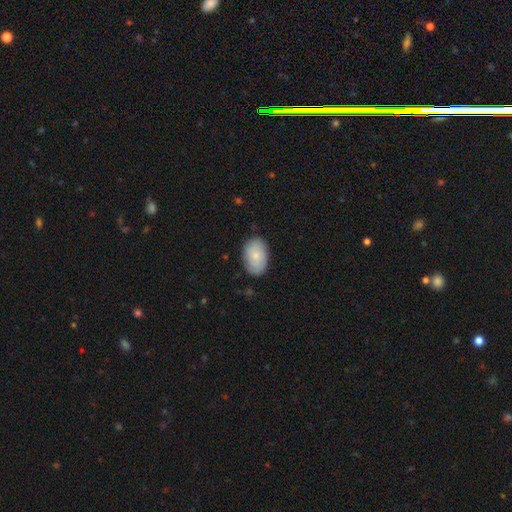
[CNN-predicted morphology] This appears to be a smooth galaxy with no disk features (75%) that is in between round and cigar-shaped (91%). Merging: none (82%).